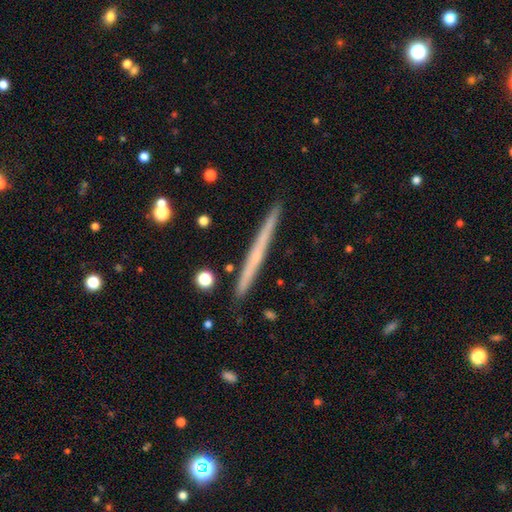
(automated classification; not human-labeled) Smooth or featured: featured or disk — 56% (smooth — 37%)
Edge-on disk: yes — 98% (no — 2%)
Edge-on bulge: none — 84% (rounded — 13%)
Merging: none — 91% (minor disturbance — 6%)